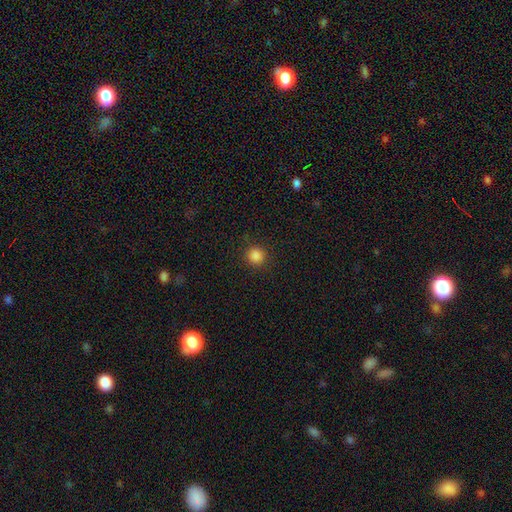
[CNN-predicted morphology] A smooth galaxy with no disk features (85%) that is round (93%).

Vote fractions:
- Smooth or featured? smooth: 85% / star or artifact: 12% / featured or disk: 3%
- How rounded? round: 93% / in between: 6% / cigar-shaped: 1%
- Merging? none: 90% / minor disturbance: 6% / major disturbance: 2% / merger: 1%